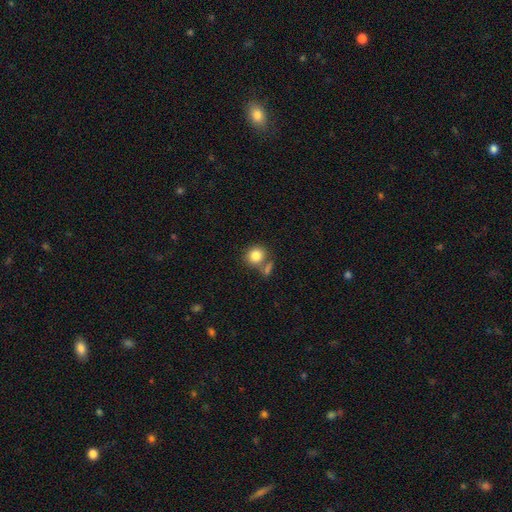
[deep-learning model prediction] This appears to be a smooth galaxy with no disk features (83%) that is round (81%). Merging: none (59%).